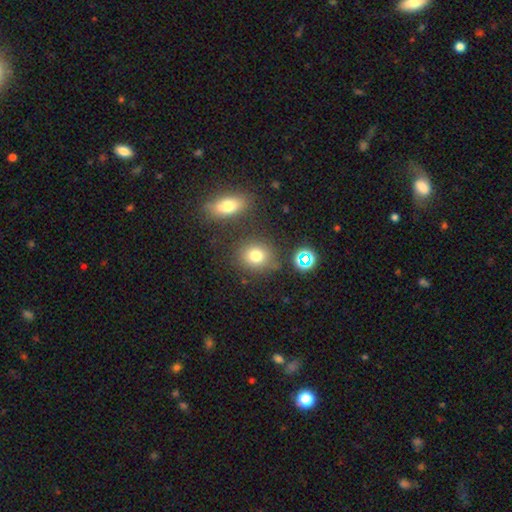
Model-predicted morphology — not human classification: The model was most divided on "how rounded": round: 75%, in between: 24%, cigar-shaped: 1%. More confident: merging — none (77%); smooth or featured — smooth (76%).